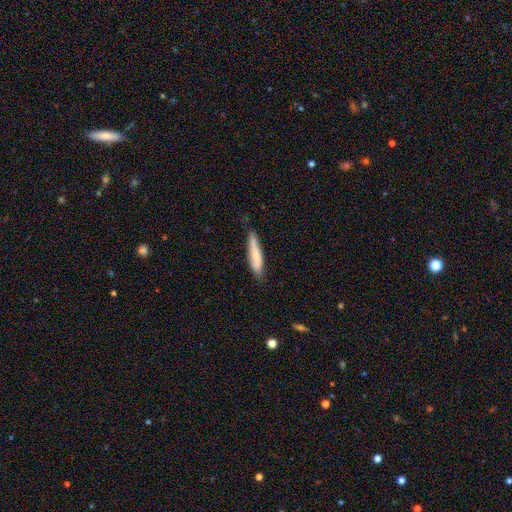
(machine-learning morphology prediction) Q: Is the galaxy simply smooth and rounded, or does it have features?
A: smooth — 69%.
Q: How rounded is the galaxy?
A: cigar-shaped — 82%.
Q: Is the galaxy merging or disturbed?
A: none — 74%.